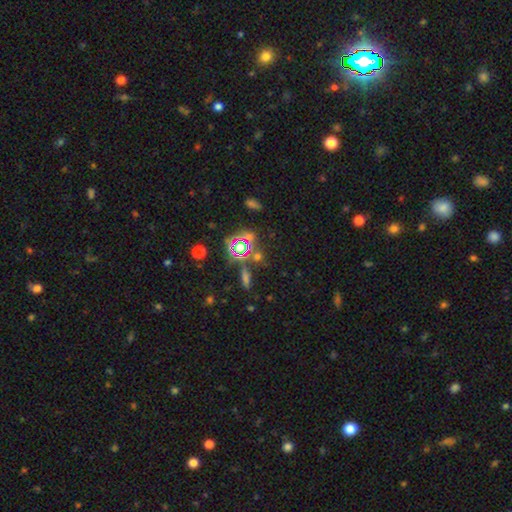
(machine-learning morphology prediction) Q: Smooth or featured?
A: star or artifact (69%); runner-up: smooth (20%)